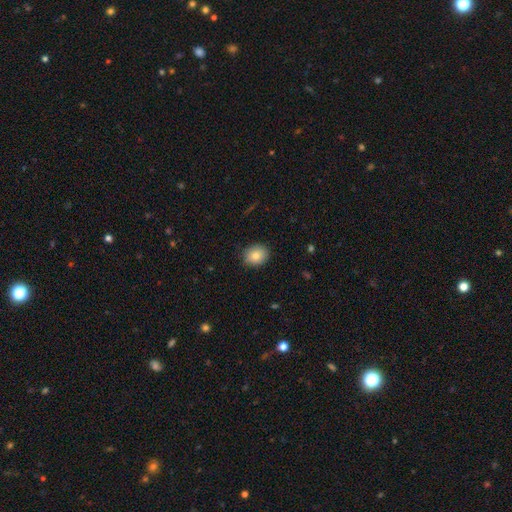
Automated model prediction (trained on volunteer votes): Smooth or featured? smooth (81%)
How rounded? round (62%)
Merging? none (85%)